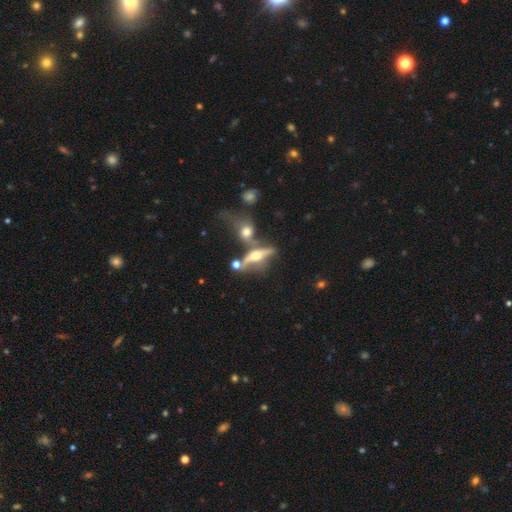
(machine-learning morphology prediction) Smooth or featured: featured or disk — 67% (smooth — 23%)
Edge-on disk: yes — 81% (no — 19%)
Edge-on bulge: rounded — 94% (boxy — 4%)
Merging: none — 39% (merger — 37%)